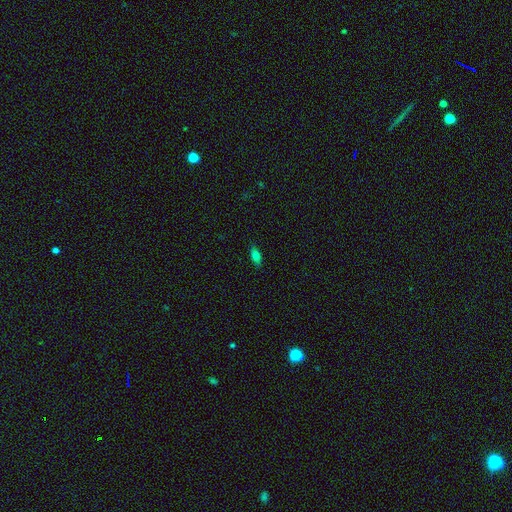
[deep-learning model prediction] The model was most divided on "smooth or featured": smooth: 72%, featured or disk: 18%, star or artifact: 10%. More confident: merging — none (85%); how rounded — in between (76%).